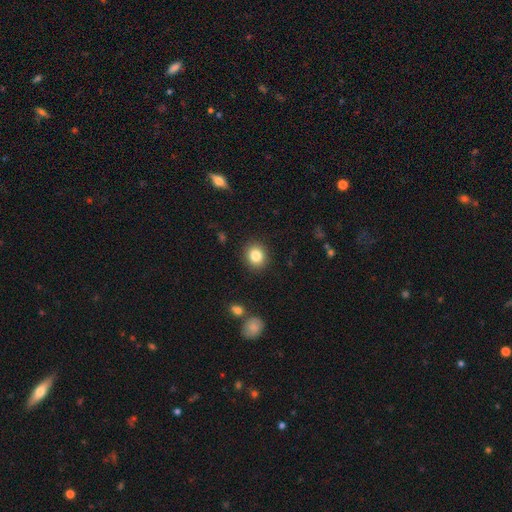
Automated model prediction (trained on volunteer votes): smooth 84%, star or artifact 10%, featured or disk 6%. Down the decision tree: how rounded — round (81%); merging — none (90%).